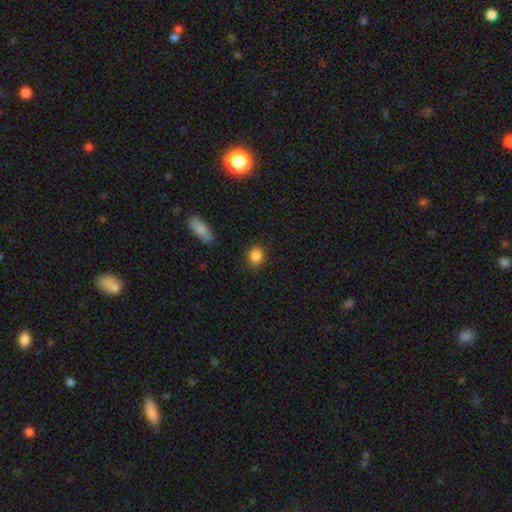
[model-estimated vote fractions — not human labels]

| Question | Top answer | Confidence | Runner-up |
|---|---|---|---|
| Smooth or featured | smooth | 86% | star or artifact (10%) |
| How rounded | round | 63% | in between (35%) |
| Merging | none | 84% | minor disturbance (12%) |